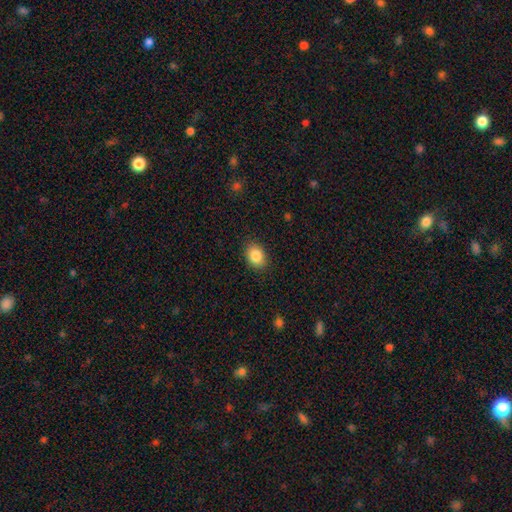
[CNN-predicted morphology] smooth-or-featured: smooth: 86% | star or artifact: 8% | featured or disk: 5%
  how-rounded: in between: 67% | round: 32% | cigar-shaped: 1%
  merging: none: 88% | minor disturbance: 9% | major disturbance: 2% | merger: 1%